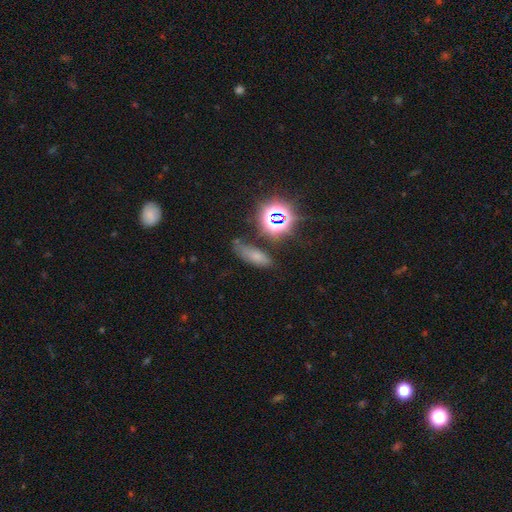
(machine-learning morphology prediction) type=smooth (57%); roundness=in between (59%); merging=none (62%).